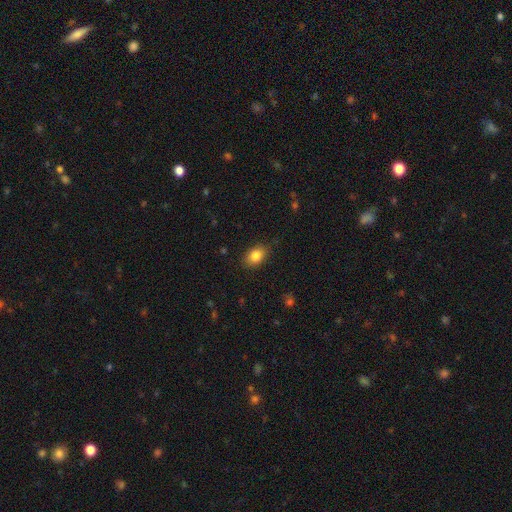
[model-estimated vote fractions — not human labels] smooth_or_featured: smooth (p=0.84) [alt: star or artifact p=0.09]
how_rounded: in between (p=0.77) [alt: round p=0.21]
merging: none (p=0.84) [alt: minor disturbance p=0.12]